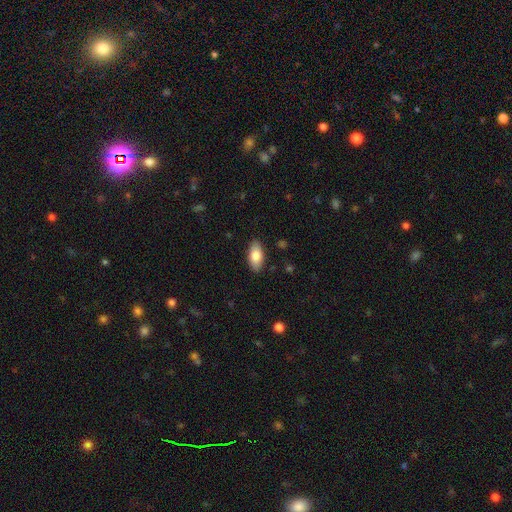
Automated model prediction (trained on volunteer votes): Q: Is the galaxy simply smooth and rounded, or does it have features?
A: smooth — 82%.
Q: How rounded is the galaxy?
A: in between — 93%.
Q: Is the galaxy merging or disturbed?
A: none — 88%.